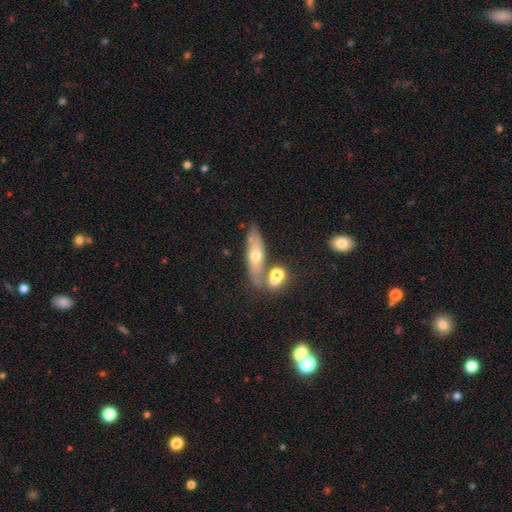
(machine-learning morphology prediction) This is possibly a smooth galaxy (51%). How rounded: possibly in between (50%). Merging: likely none (61%).